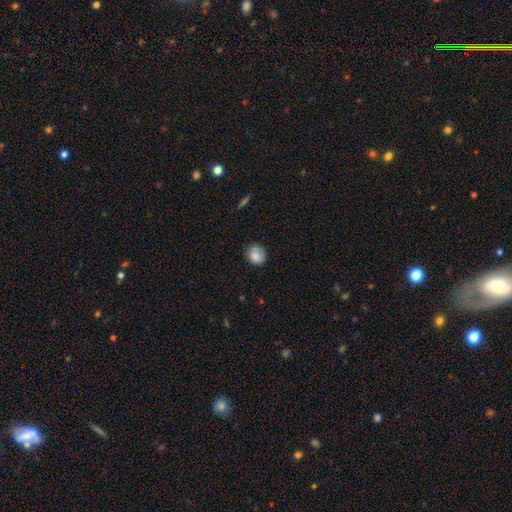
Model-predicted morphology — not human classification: Smooth or featured?
  - smooth: 86% *
  - star or artifact: 8%
  - featured or disk: 6%
How rounded?
  - round: 76% *
  - in between: 23%
  - cigar-shaped: 1%
Merging?
  - none: 76% *
  - minor disturbance: 19%
  - major disturbance: 3%
  - merger: 1%